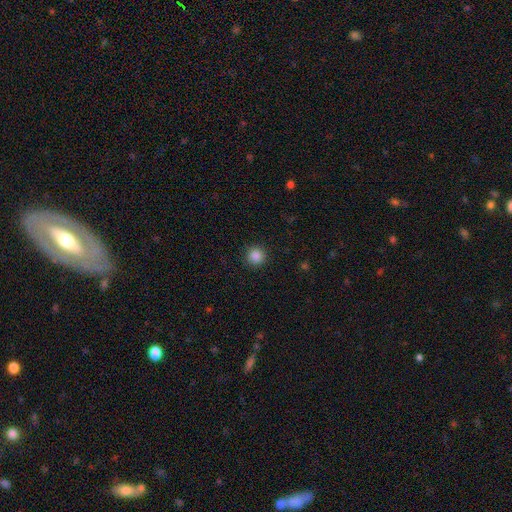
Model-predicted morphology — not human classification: smooth 86%, star or artifact 11%, featured or disk 3%. Down the decision tree: how rounded — round (95%); merging — none (91%).